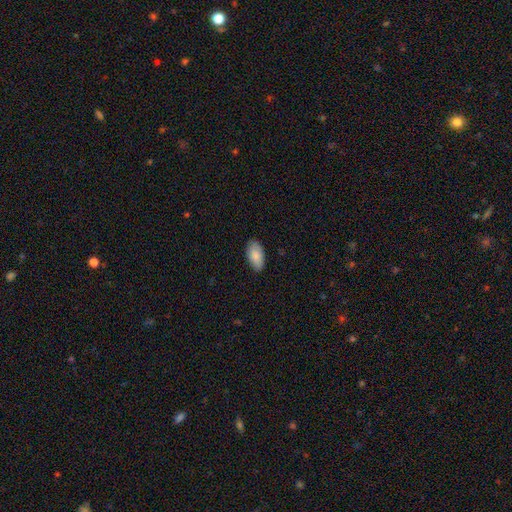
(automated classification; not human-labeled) A smooth galaxy with no disk features (87%) that is in between round and cigar-shaped (94%). Merging: none (85%).